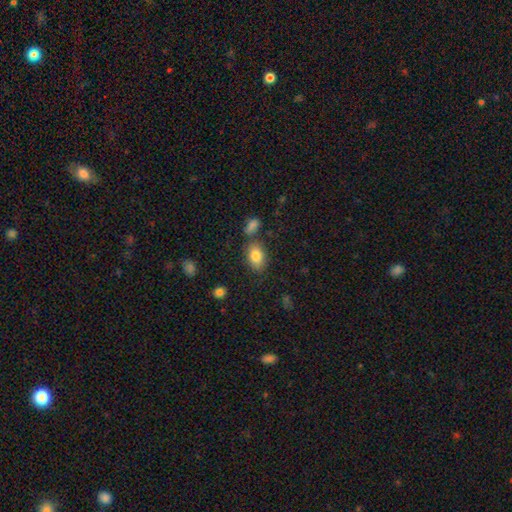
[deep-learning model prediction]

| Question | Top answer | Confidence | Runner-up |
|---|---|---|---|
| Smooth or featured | smooth | 83% | featured or disk (9%) |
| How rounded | in between | 87% | round (11%) |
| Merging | none | 73% | minor disturbance (14%) |